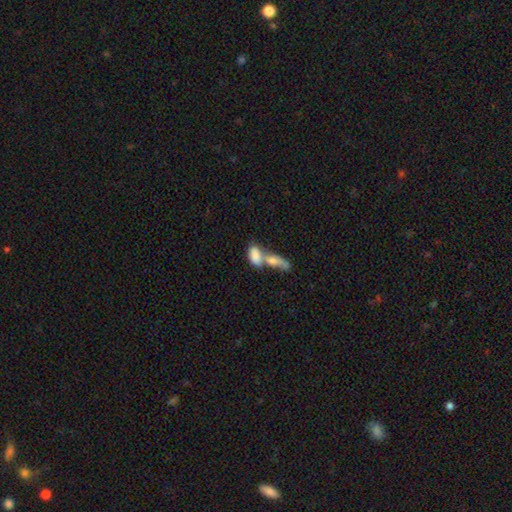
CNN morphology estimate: smooth_or_featured: smooth (p=0.77) [alt: featured or disk p=0.15]
how_rounded: in between (p=0.86) [alt: cigar-shaped p=0.08]
merging: merger (p=0.72) [alt: none p=0.16]